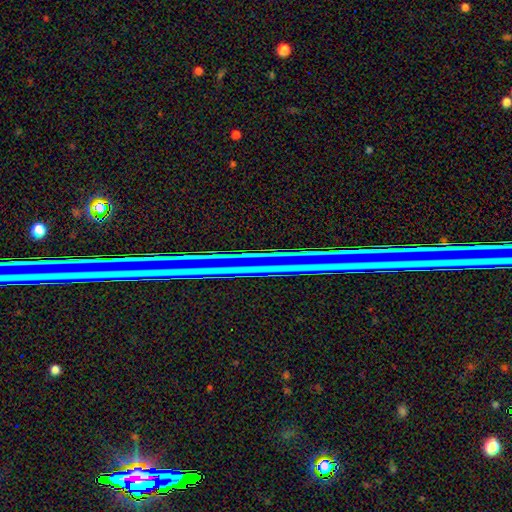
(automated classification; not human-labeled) Smooth or featured: star or artifact — 77% (featured or disk — 14%)